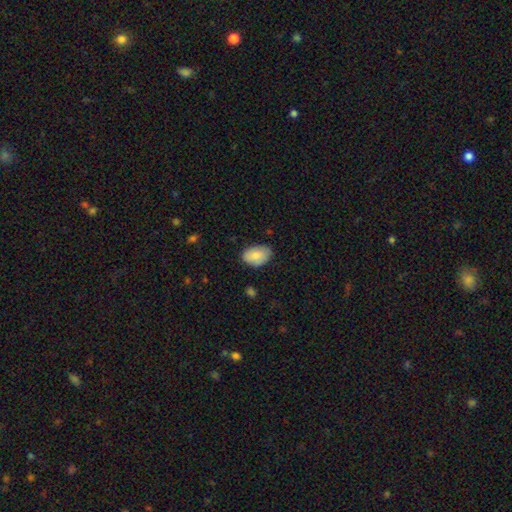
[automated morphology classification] This appears to be a smooth galaxy with no disk features (83%) that is in between round and cigar-shaped (88%). Merging: none (73%).